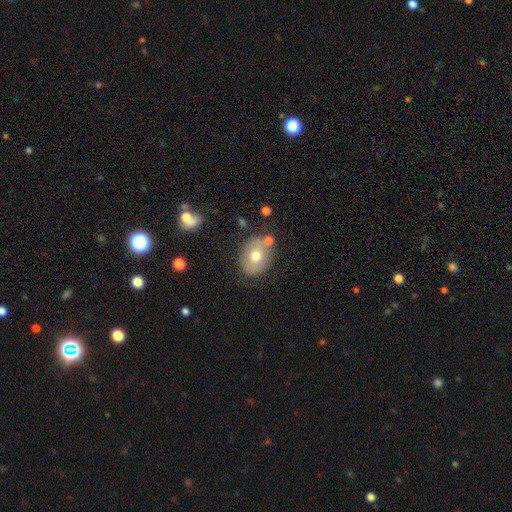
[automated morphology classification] Q: Smooth or featured?
A: smooth (63%); runner-up: featured or disk (29%)
Q: How rounded?
A: in between (65%); runner-up: round (34%)
Q: Merging?
A: none (72%); runner-up: minor disturbance (15%)